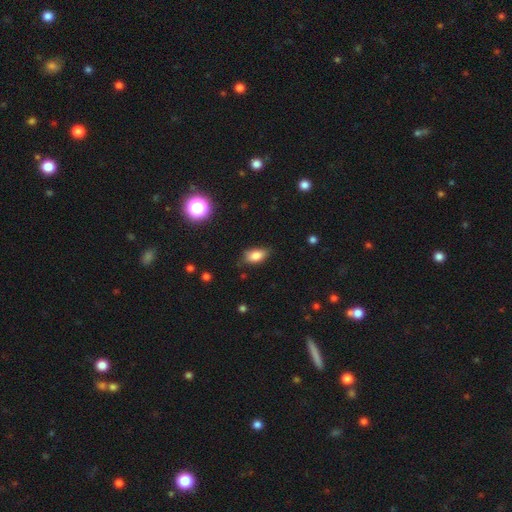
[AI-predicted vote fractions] smooth 82%, star or artifact 9%, featured or disk 9%. Down the decision tree: how rounded — in between (88%); merging — none (73%).